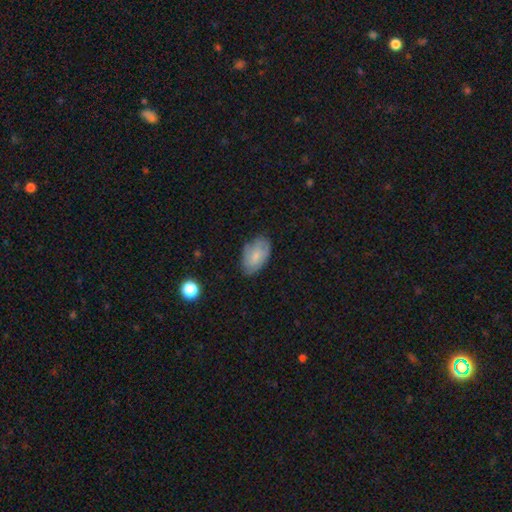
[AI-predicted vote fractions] Smooth or featured? Predicted: smooth (p=0.64). How rounded? Predicted: in between (p=0.92). Merging? Predicted: none (p=0.69).